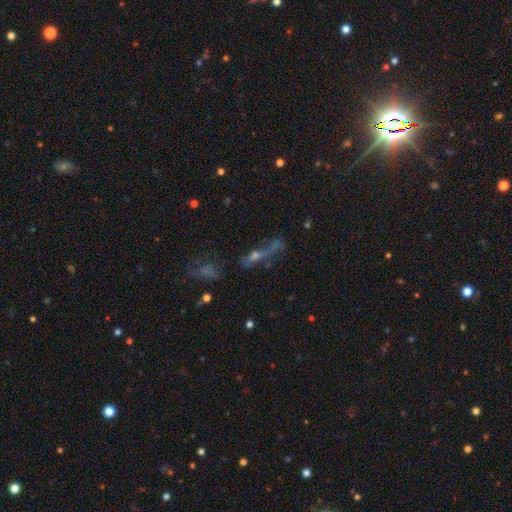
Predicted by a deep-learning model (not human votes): Smooth or featured? featured or disk (49%)
Merging? none (39%)